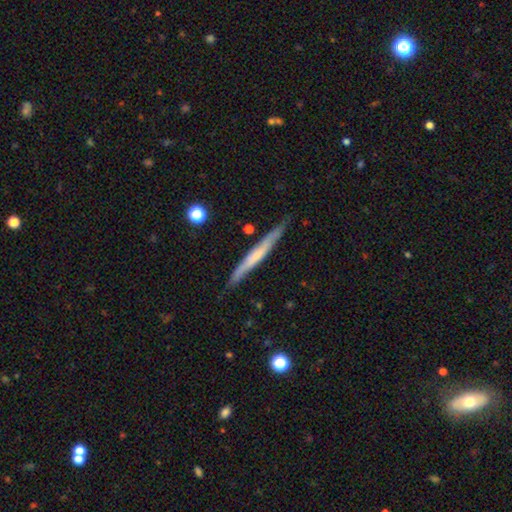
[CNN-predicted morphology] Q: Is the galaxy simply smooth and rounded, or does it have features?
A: featured or disk — 51%.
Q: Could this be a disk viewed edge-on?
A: yes — 95%.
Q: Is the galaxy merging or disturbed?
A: none — 84%.